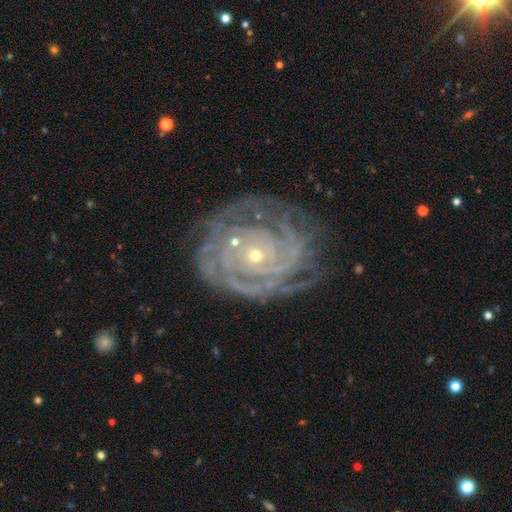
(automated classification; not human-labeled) featured or disk 89%, star or artifact 6%, smooth 5%. Down the decision tree: edge-on disk — no (97%); bar — no (79%); spiral arms — yes (96%); spiral arm count — can't tell (27%); spiral winding — tight (81%); bulge size — small (73%); merging — none (66%).